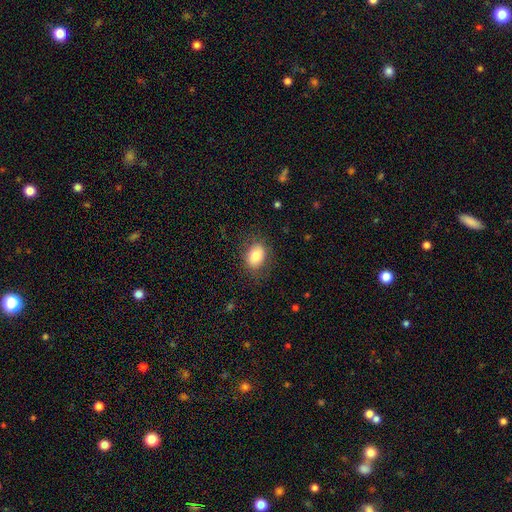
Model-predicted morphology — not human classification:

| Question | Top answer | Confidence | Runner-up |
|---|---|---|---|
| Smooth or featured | smooth | 83% | featured or disk (9%) |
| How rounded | in between | 73% | round (26%) |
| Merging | none | 78% | minor disturbance (15%) |